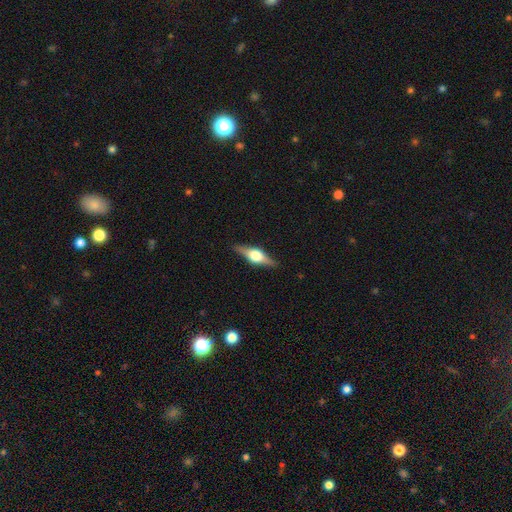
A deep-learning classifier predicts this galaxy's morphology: featured or disk 71%, smooth 22%, star or artifact 7%. Down the decision tree: edge-on disk — yes (96%); edge-on bulge — rounded (92%); merging — none (88%).